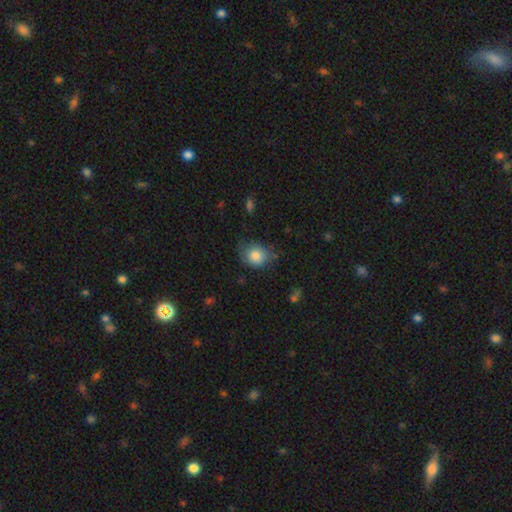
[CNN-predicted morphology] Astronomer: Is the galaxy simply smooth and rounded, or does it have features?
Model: smooth — 82%.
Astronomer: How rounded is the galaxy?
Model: round — 72%.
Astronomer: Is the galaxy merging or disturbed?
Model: none — 58%.